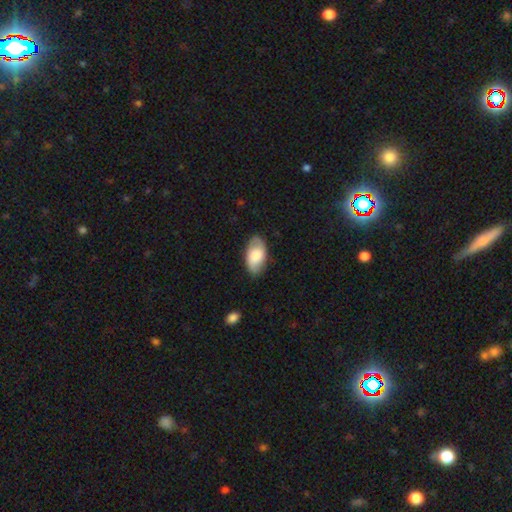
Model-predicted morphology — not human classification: This appears to be a smooth galaxy with no disk features (71%) that is in between round and cigar-shaped (95%). Merging: none (80%).